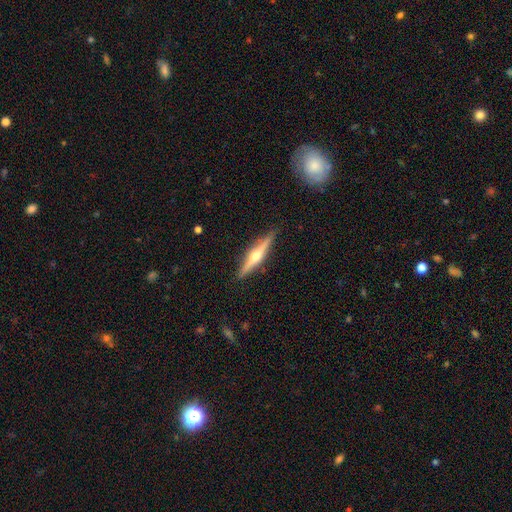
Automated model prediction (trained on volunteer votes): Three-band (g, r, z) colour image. It shows a featured or disk galaxy (75%) viewed edge-on (98%) with a rounded central bulge (93%). Merging: none (90%).